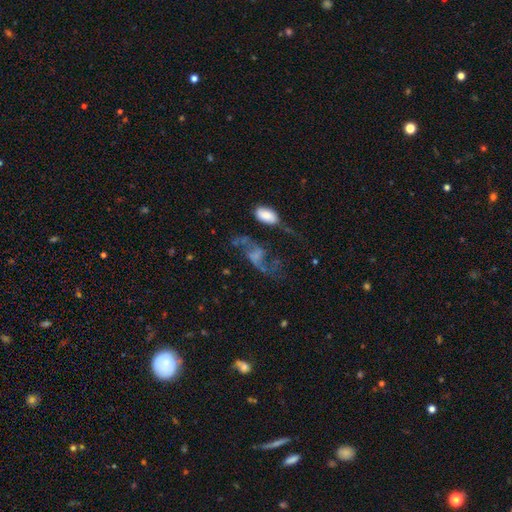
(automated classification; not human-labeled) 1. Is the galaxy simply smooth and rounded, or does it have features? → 64% featured or disk, 19% smooth, 17% star or artifact.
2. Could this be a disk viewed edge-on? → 92% no, 8% yes.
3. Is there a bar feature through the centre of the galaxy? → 50% no, 36% weak, 14% strong.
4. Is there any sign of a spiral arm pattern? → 79% yes, 21% no.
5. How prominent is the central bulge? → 49% none, 26% small, 16% moderate, 6% large, 2% dominant.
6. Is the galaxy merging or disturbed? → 42% none, 30% major disturbance, 17% minor disturbance, 12% merger.